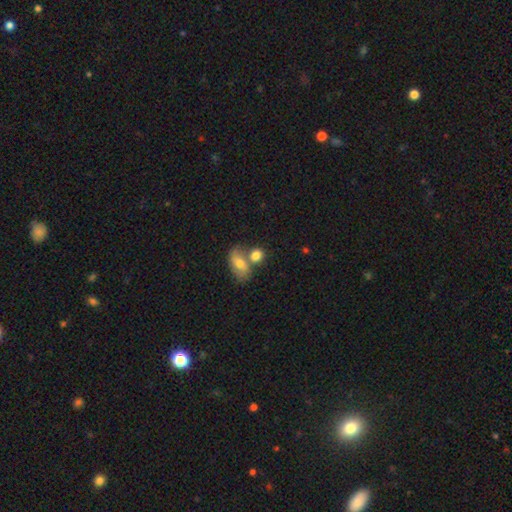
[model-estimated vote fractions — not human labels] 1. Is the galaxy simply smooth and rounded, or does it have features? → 76% smooth, 16% featured or disk, 9% star or artifact.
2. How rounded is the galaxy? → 53% round, 45% in between, 3% cigar-shaped.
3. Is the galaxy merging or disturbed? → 43% none, 42% merger, 10% minor disturbance, 5% major disturbance.